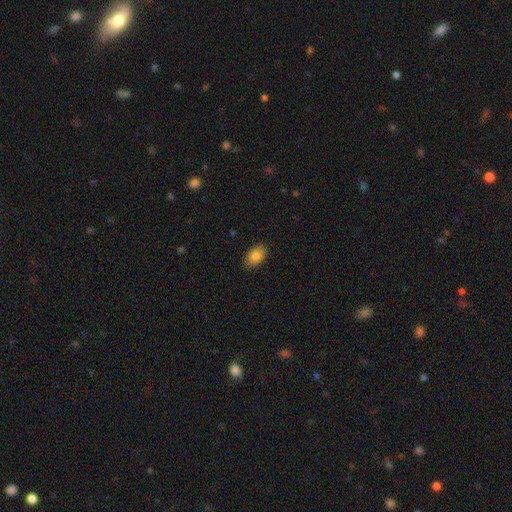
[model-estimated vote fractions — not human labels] A smooth galaxy with no disk features (85%) that is in between round and cigar-shaped (92%). Merging: none (87%).